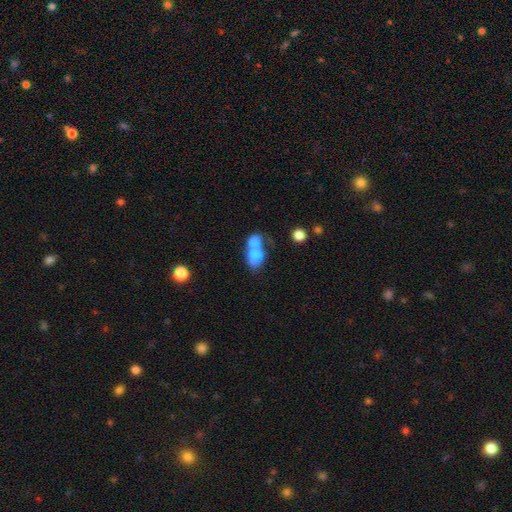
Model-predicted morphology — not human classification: smooth 71%, featured or disk 20%, star or artifact 9%. Down the decision tree: how rounded — in between (67%); merging — merger (73%).